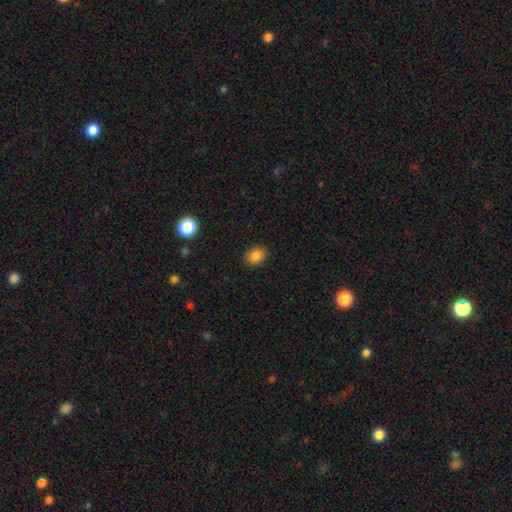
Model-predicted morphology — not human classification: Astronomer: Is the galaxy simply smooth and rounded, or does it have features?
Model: smooth — 83%.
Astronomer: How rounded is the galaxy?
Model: in between — 69%.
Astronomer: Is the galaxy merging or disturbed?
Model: none — 88%.